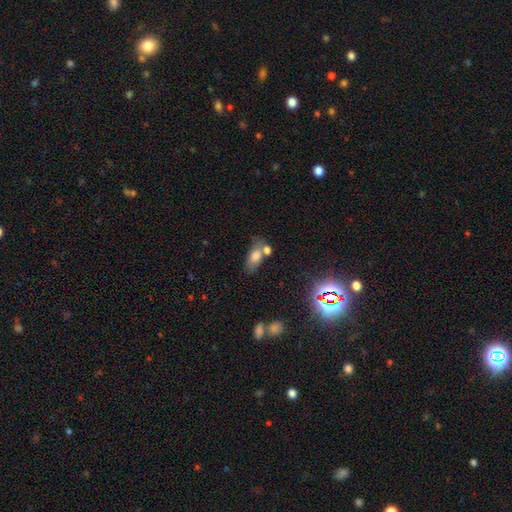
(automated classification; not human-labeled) Smooth or featured? smooth (72%)
How rounded? in between (87%)
Merging? none (45%)